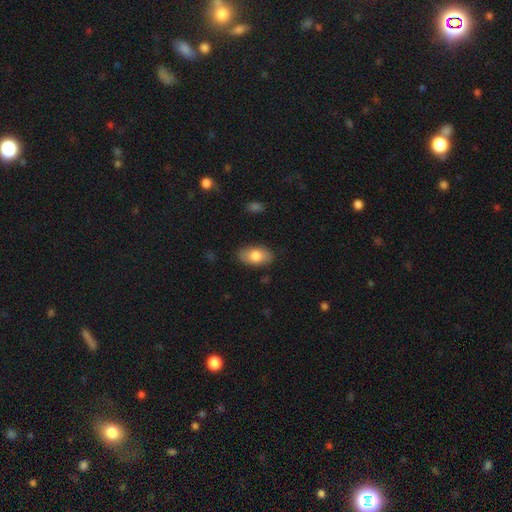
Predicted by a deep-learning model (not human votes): smooth 79%, featured or disk 14%, star or artifact 6%. Down the decision tree: how rounded — in between (93%); merging — none (85%).